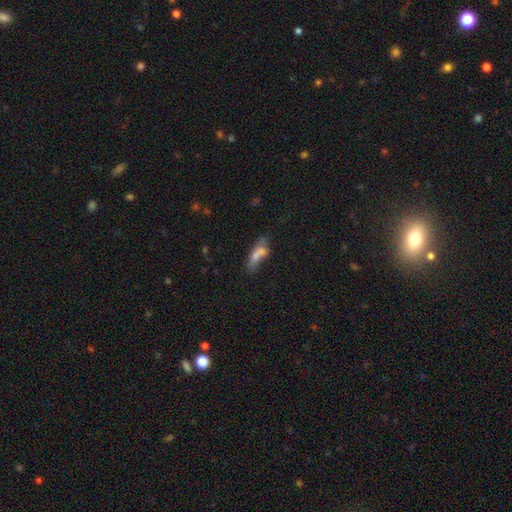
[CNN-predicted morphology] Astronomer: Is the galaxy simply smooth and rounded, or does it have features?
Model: smooth — 60%.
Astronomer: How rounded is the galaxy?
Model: in between — 48%, tied with cigar-shaped at 48%.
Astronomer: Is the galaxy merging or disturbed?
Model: none — 42% (runner-up: merger, 28%).